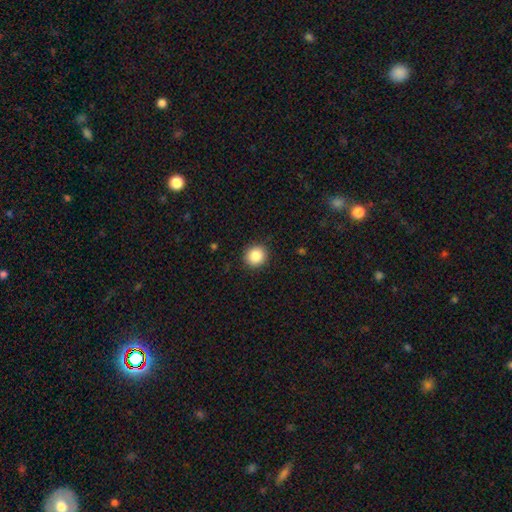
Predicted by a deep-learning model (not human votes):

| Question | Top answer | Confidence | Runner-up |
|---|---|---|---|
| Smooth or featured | smooth | 87% | star or artifact (9%) |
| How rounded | round | 92% | in between (7%) |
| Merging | none | 92% | minor disturbance (5%) |